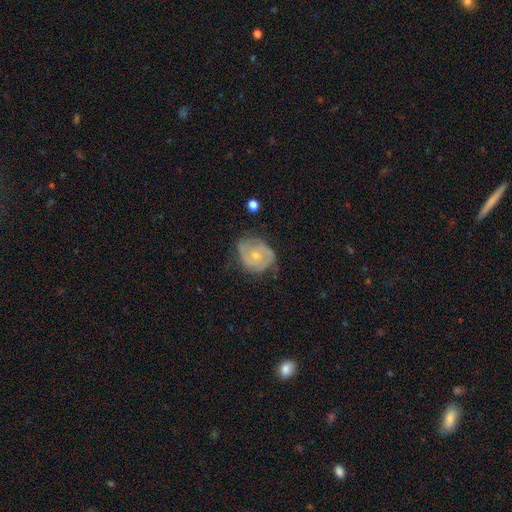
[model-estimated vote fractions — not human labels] smooth_or_featured: featured or disk (p=0.68) [alt: smooth p=0.26]
disk_edge_on: no (p=0.97) [alt: yes p=0.03]
bar: no (p=0.69) [alt: weak p=0.26]
has_spiral_arms: yes (p=0.81) [alt: no p=0.19]
spiral_winding: tight (p=0.50) [alt: medium p=0.37]
spiral_arm_count: 2 (p=0.57) [alt: can't tell p=0.25]
bulge_size: small (p=0.51) [alt: moderate p=0.45]
merging: none (p=0.59) [alt: minor disturbance p=0.28]